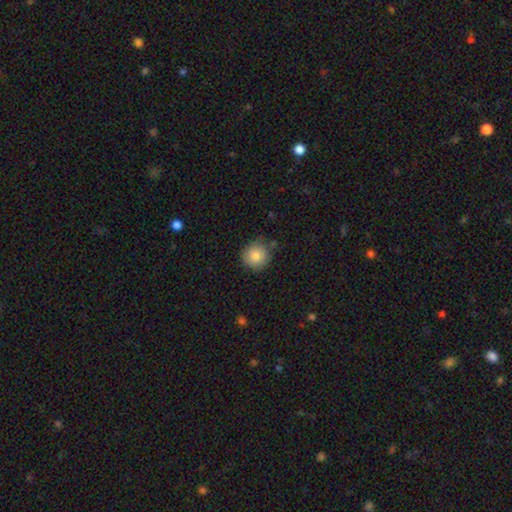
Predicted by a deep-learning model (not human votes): Smooth or featured? Predicted: smooth (p=0.85). How rounded? Predicted: round (p=0.93). Merging? Predicted: none (p=0.80).